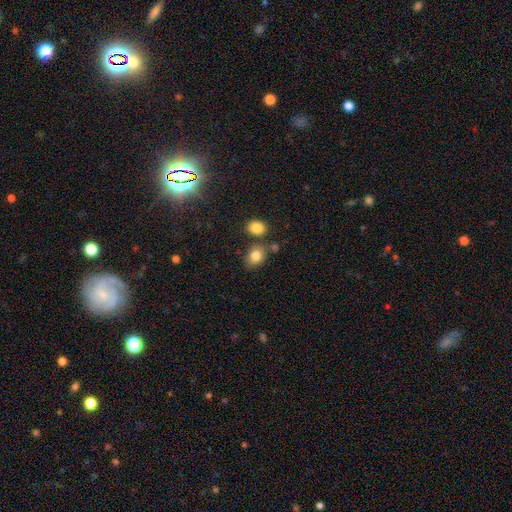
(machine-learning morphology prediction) Smooth or featured?
  - smooth: 83% *
  - star or artifact: 9%
  - featured or disk: 8%
How rounded?
  - in between: 64% *
  - round: 34%
  - cigar-shaped: 1%
Merging?
  - none: 66% *
  - minor disturbance: 15%
  - merger: 15%
  - major disturbance: 4%